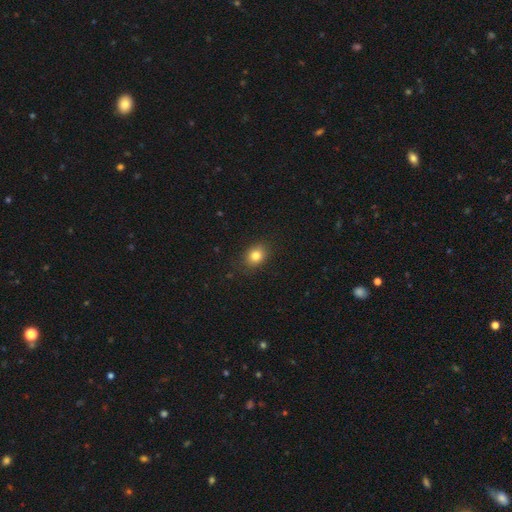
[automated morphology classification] type=smooth (82%); roundness=in between (55%); merging=none (86%).